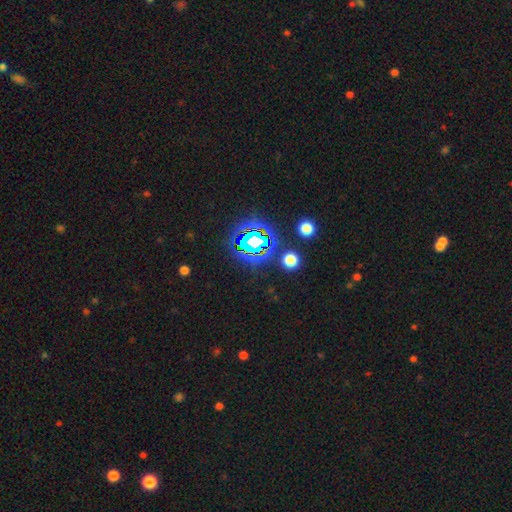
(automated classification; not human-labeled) smooth-or-featured: star or artifact: 83% | smooth: 10% | featured or disk: 7%